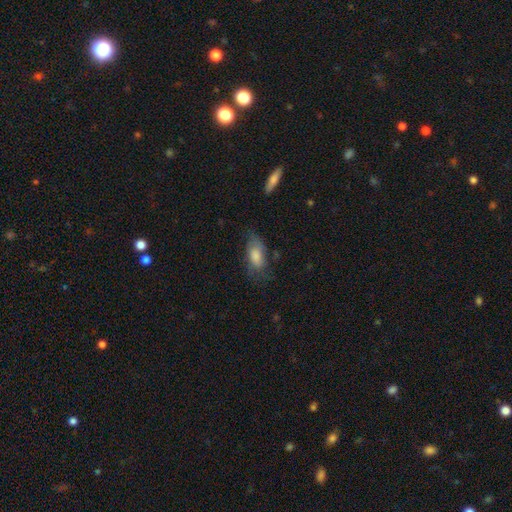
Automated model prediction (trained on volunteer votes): The model was most divided on "merging": none: 58%, minor disturbance: 27%, major disturbance: 13%, merger: 2%. More confident: how rounded — in between (83%); smooth or featured — smooth (62%).